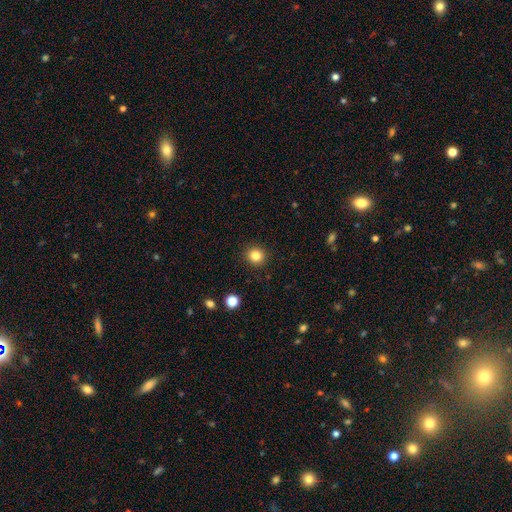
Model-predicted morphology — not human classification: The model was most divided on "smooth or featured": smooth: 83%, star or artifact: 12%, featured or disk: 5%. More confident: merging — none (92%); how rounded — round (90%).